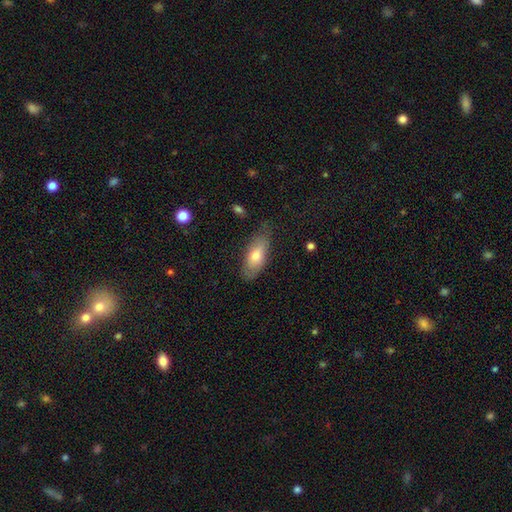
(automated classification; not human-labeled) This is likely a smooth galaxy (70%). How rounded: likely in between (80%). Merging: likely none (70%).